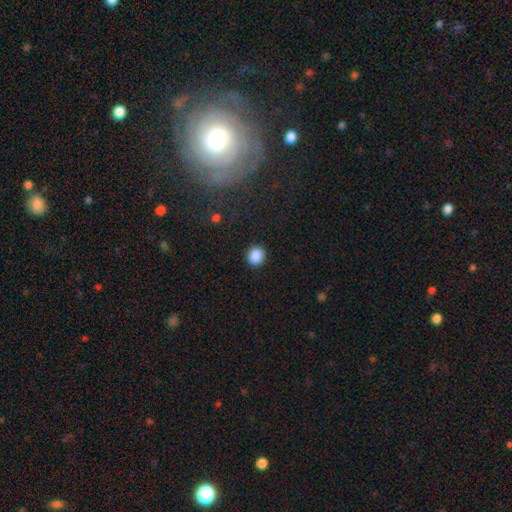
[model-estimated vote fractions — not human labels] Morphology: type=smooth (88%); roundness=round (78%); merging=none (89%).